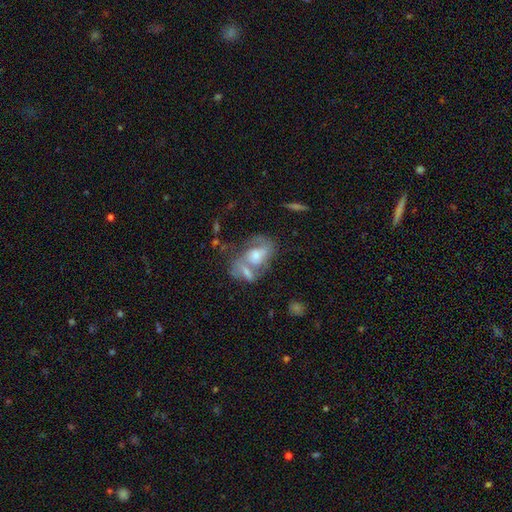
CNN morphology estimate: smooth_or_featured: featured or disk (p=0.60) [alt: smooth p=0.29]
disk_edge_on: no (p=0.95) [alt: yes p=0.05]
bar: no (p=0.61) [alt: weak p=0.31]
has_spiral_arms: yes (p=0.66) [alt: no p=0.34]
bulge_size: moderate (p=0.51) [alt: small p=0.21]
merging: merger (p=0.51) [alt: none p=0.23]